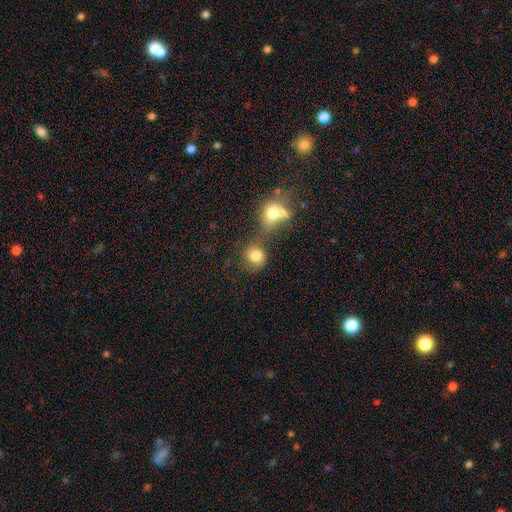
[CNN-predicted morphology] smooth 78%, featured or disk 12%, star or artifact 10%. Down the decision tree: how rounded — round (80%); merging — none (42%).